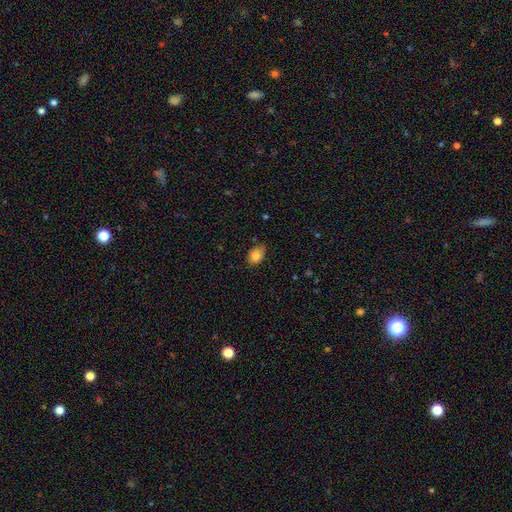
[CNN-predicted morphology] A smooth galaxy with no disk features (83%) that is in between round and cigar-shaped (75%).

Vote fractions:
- Smooth or featured? smooth: 83% / star or artifact: 8% / featured or disk: 8%
- How rounded? in between: 75% / round: 24% / cigar-shaped: 1%
- Merging? none: 69% / minor disturbance: 26% / major disturbance: 4% / merger: 1%